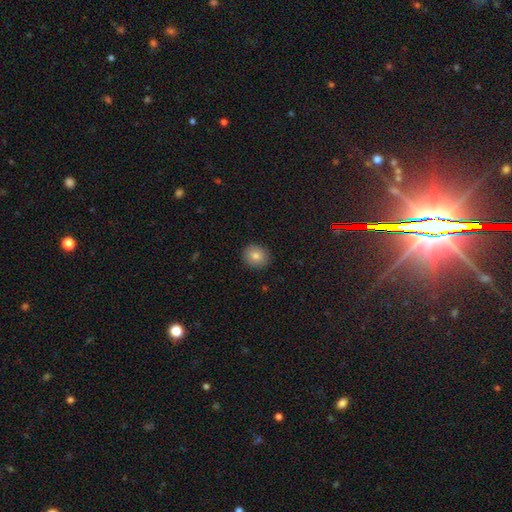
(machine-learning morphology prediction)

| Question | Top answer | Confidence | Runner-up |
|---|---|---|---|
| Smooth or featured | smooth | 80% | star or artifact (10%) |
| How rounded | round | 80% | in between (19%) |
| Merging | none | 91% | minor disturbance (6%) |